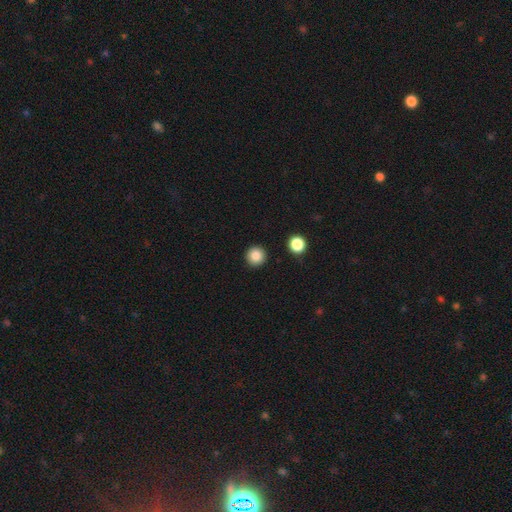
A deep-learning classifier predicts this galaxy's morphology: Smooth or featured? smooth (86%)
How rounded? round (96%)
Merging? none (92%)